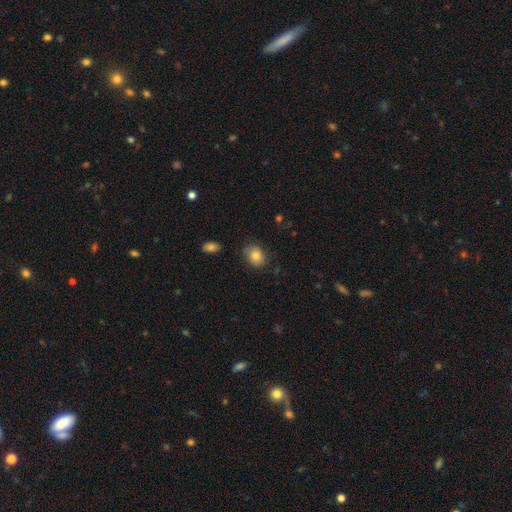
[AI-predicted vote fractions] Smooth or featured? Predicted: smooth (p=0.81). How rounded? Predicted: in between (p=0.53). Merging? Predicted: none (p=0.78).